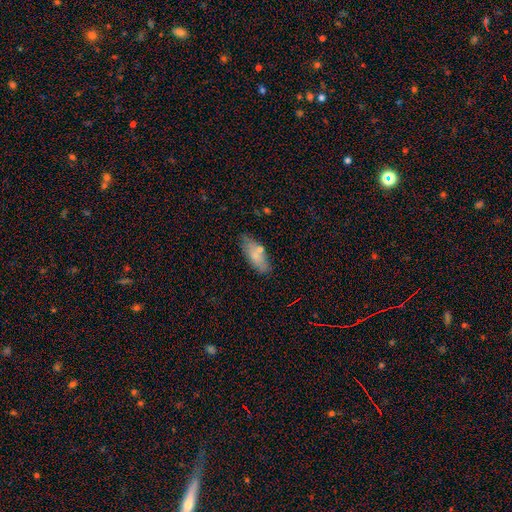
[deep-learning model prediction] Smooth or featured? smooth (75%)
How rounded? in between (72%)
Merging? none (75%)